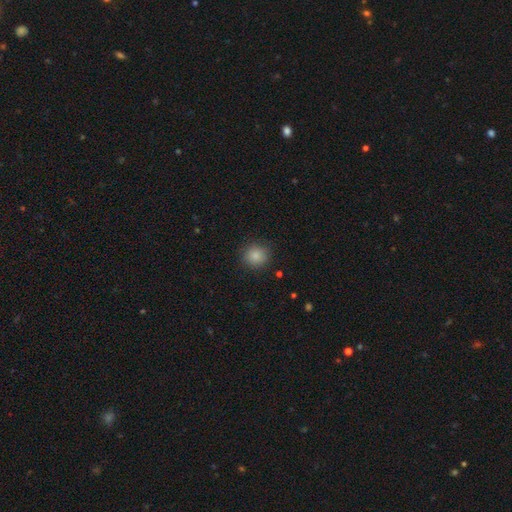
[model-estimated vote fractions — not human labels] This appears to be a smooth galaxy with no disk features (86%) that is round (87%). Merging: none (87%).